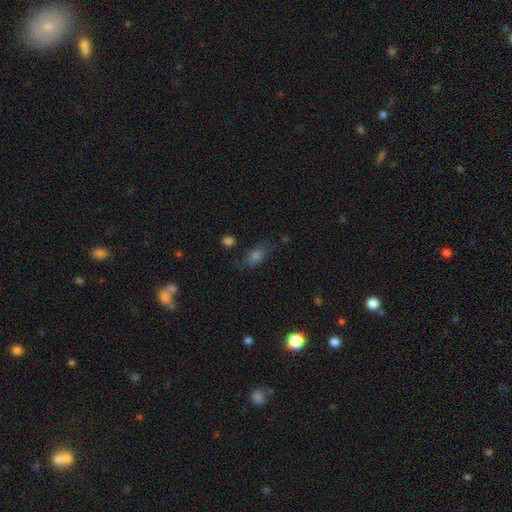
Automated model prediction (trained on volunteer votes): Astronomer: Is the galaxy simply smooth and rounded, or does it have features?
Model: smooth — 60%.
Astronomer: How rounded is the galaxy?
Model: in between — 71%.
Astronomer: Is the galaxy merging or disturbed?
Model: none — 71%.